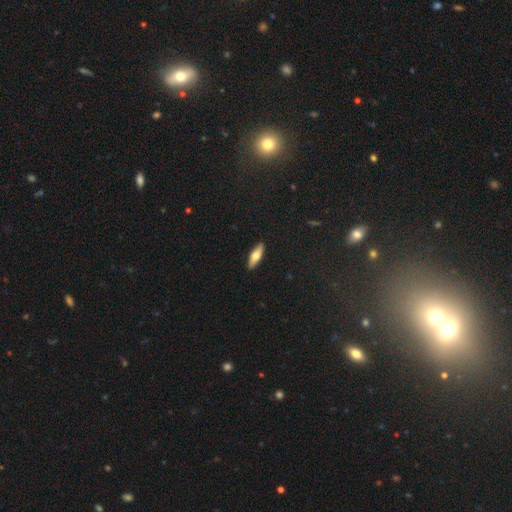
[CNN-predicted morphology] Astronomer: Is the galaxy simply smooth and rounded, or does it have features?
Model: smooth — 63%.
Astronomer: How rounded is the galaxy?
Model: cigar-shaped — 50% (runner-up: in between, 48%).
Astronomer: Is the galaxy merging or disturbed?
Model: none — 90%.